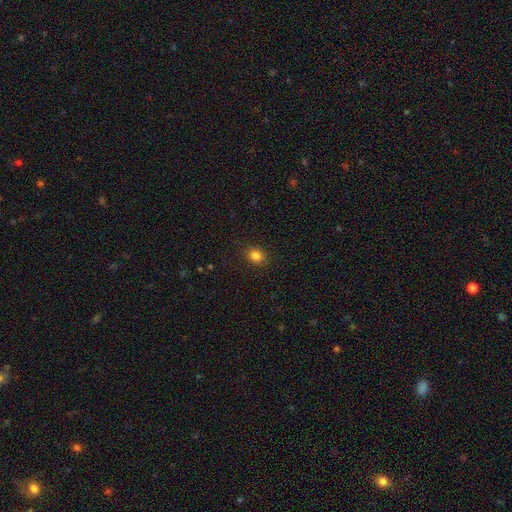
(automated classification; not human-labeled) Morphology: type=smooth (84%); roundness=round (60%); merging=none (88%).